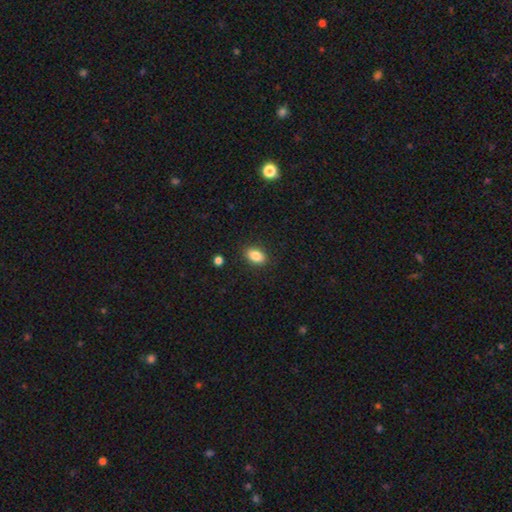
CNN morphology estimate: A smooth galaxy with no disk features (85%) that is in between round and cigar-shaped (88%).

Vote fractions:
- Smooth or featured? smooth: 85% / star or artifact: 9% / featured or disk: 6%
- How rounded? in between: 88% / round: 10% / cigar-shaped: 2%
- Merging? none: 88% / minor disturbance: 9% / major disturbance: 2% / merger: 1%